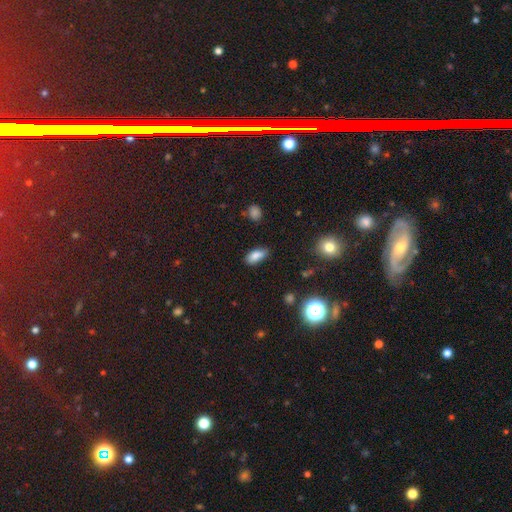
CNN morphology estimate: type=smooth (83%); roundness=in between (84%); merging=none (72%).